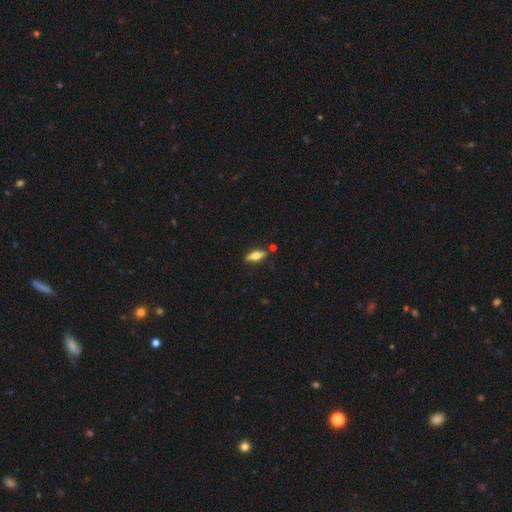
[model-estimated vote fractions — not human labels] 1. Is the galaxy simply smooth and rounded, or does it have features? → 47% smooth, 46% featured or disk, 6% star or artifact.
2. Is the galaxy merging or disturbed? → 82% none, 10% minor disturbance, 5% merger, 2% major disturbance.